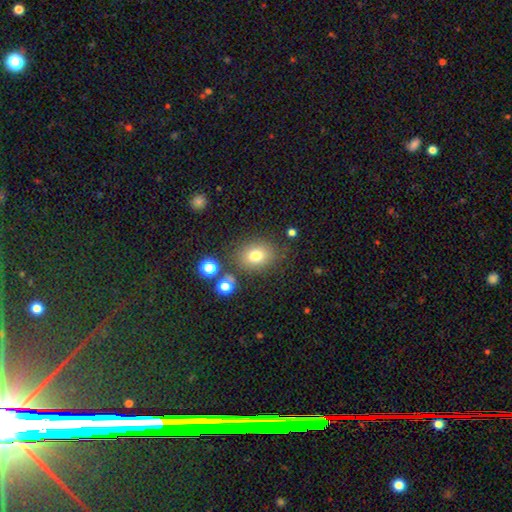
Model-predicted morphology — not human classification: Smooth or featured?
  - smooth: 76% *
  - star or artifact: 14%
  - featured or disk: 10%
How rounded?
  - round: 54% *
  - in between: 45%
  - cigar-shaped: 1%
Merging?
  - none: 79% *
  - minor disturbance: 12%
  - merger: 5%
  - major disturbance: 4%